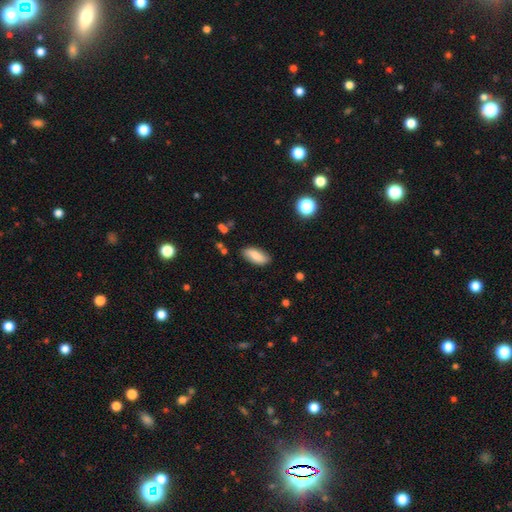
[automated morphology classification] smooth 79%, featured or disk 14%, star or artifact 7%. Down the decision tree: how rounded — in between (86%); merging — none (84%).